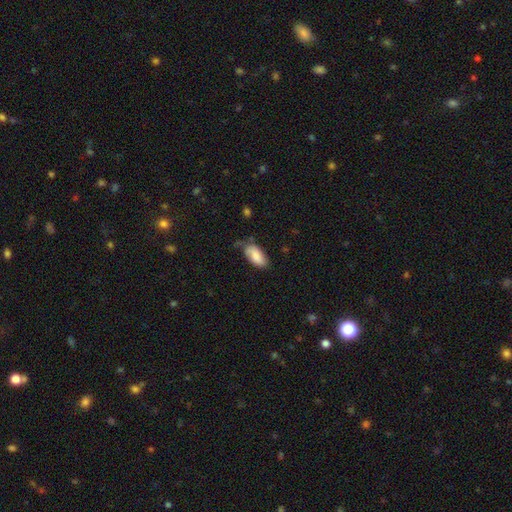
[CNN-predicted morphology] smooth 81%, featured or disk 12%, star or artifact 6%. Down the decision tree: how rounded — in between (91%); merging — none (53%).